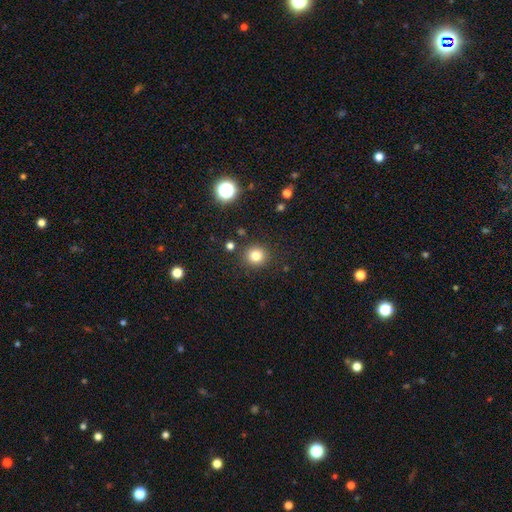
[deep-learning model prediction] Smooth or featured?
  - smooth: 81% *
  - star or artifact: 13%
  - featured or disk: 6%
How rounded?
  - round: 90% *
  - in between: 9%
  - cigar-shaped: 1%
Merging?
  - none: 88% *
  - minor disturbance: 7%
  - major disturbance: 3%
  - merger: 2%